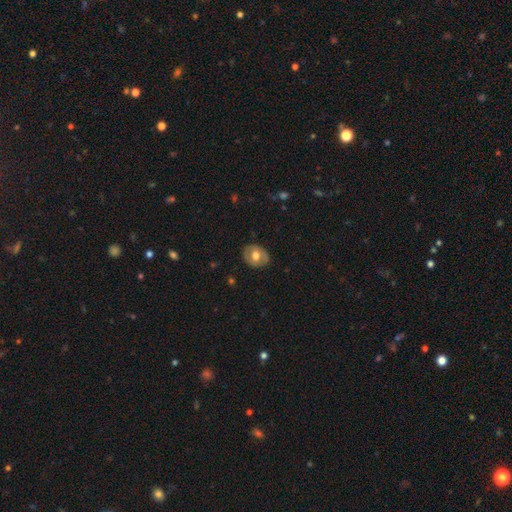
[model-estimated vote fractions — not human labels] Overall: smooth (51%; featured or disk 42%). How rounded: round (55%; in between 44%). Merging: none (82%).